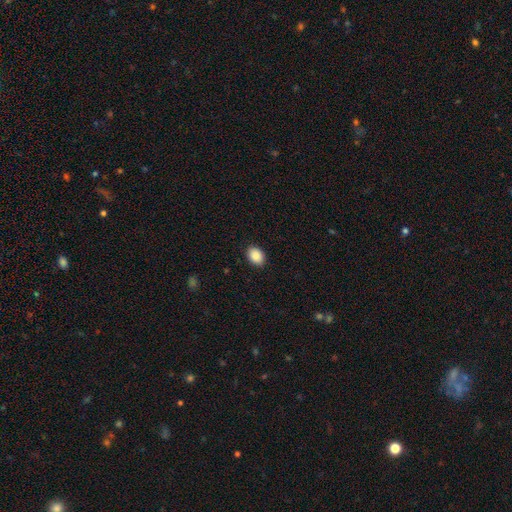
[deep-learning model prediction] A smooth galaxy with no disk features (89%) that is in between round and cigar-shaped (78%). Merging: none (90%).